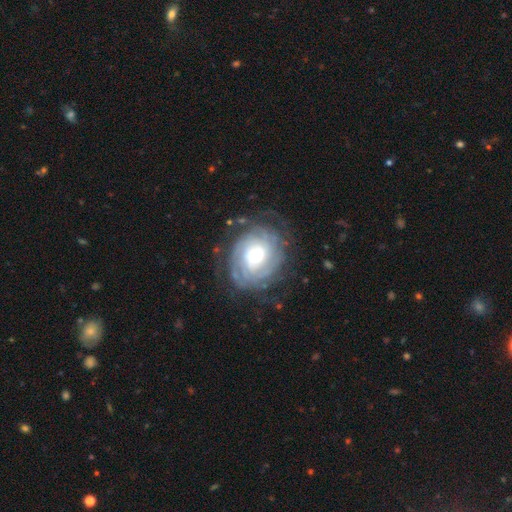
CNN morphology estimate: featured or disk 83%, smooth 11%, star or artifact 6%. Down the decision tree: edge-on disk — no (97%); bar — no (67%); spiral arms — yes (94%); spiral arm count — can't tell (42%); spiral winding — tight (77%); bulge size — moderate (63%); merging — none (73%).